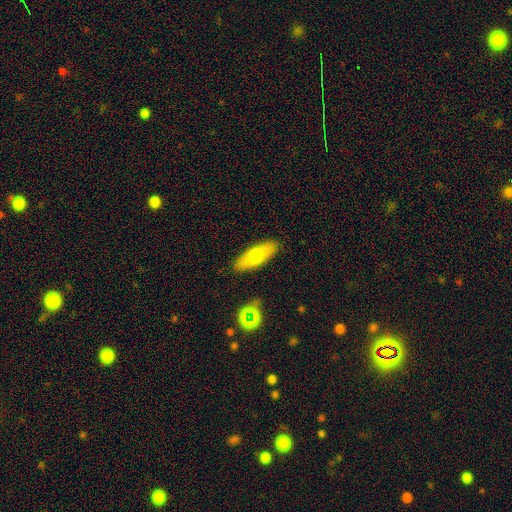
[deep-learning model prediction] Smooth or featured?
  - smooth: 66% *
  - featured or disk: 26%
  - star or artifact: 7%
How rounded?
  - in between: 63% *
  - cigar-shaped: 34%
  - round: 3%
Merging?
  - none: 86% *
  - minor disturbance: 10%
  - major disturbance: 2%
  - merger: 2%